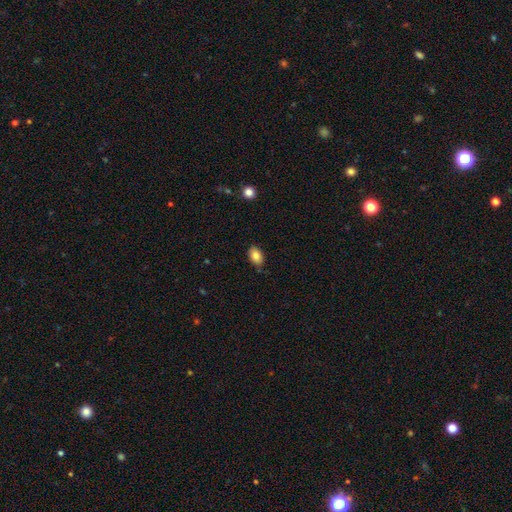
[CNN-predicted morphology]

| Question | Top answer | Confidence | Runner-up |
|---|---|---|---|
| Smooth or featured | smooth | 85% | star or artifact (8%) |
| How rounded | in between | 87% | round (11%) |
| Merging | none | 83% | minor disturbance (13%) |